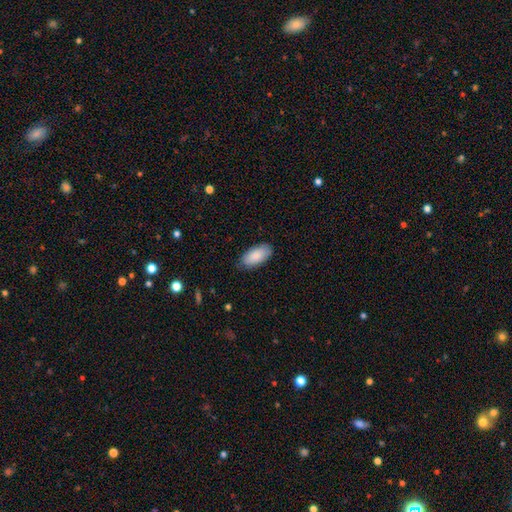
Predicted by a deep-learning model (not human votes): A smooth galaxy with no disk features (88%) that is in between round and cigar-shaped (93%). Merging: none (81%).